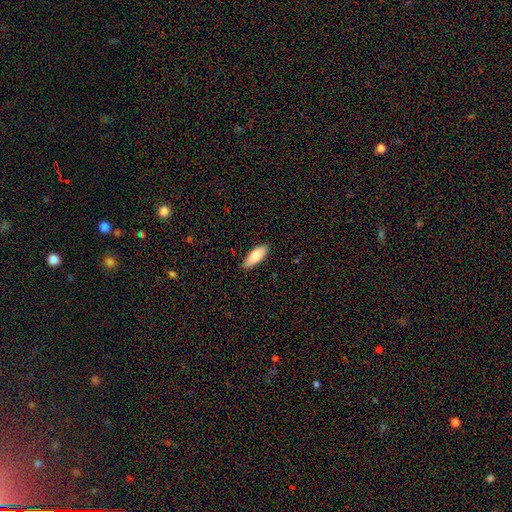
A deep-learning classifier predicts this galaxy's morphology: A smooth galaxy with no disk features (83%) that is in between round and cigar-shaped (74%).

Vote fractions:
- Smooth or featured? smooth: 83% / featured or disk: 12% / star or artifact: 6%
- How rounded? in between: 74% / cigar-shaped: 24% / round: 2%
- Merging? none: 85% / minor disturbance: 12% / major disturbance: 2% / merger: 1%